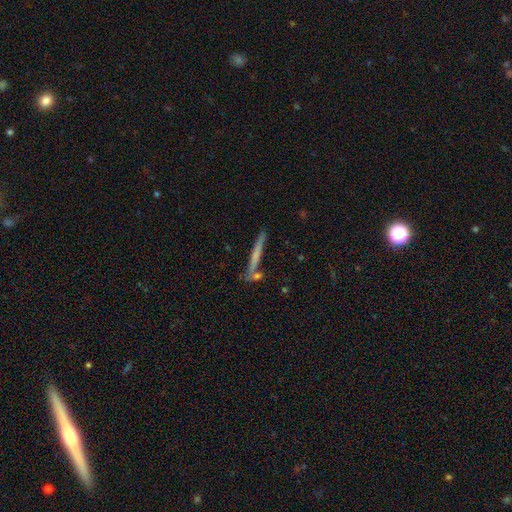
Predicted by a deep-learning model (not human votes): Overall: smooth (49%; featured or disk 44%). Merging: none (79%).